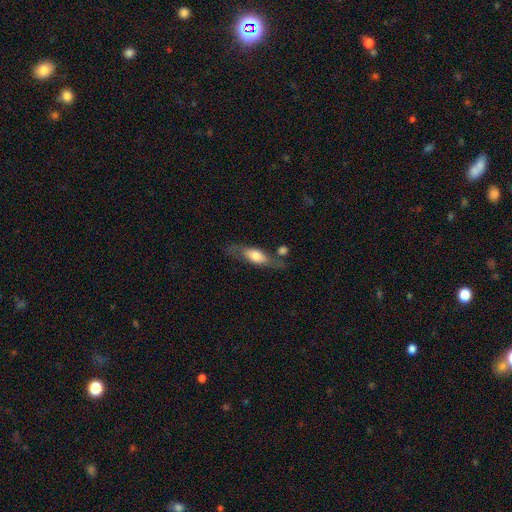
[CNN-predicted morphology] smooth-or-featured: smooth: 54% | featured or disk: 40% | star or artifact: 6%
  how-rounded: in between: 60% | cigar-shaped: 36% | round: 5%
  merging: none: 56% | minor disturbance: 20% | merger: 12% | major disturbance: 11%